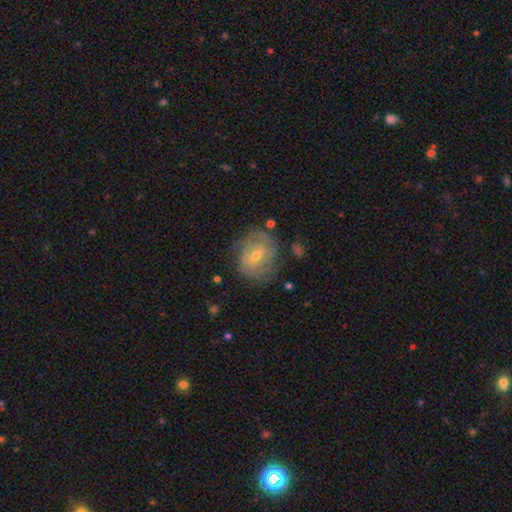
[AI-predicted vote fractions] smooth_or_featured: featured or disk (p=0.64) [alt: smooth p=0.28]
disk_edge_on: no (p=0.96) [alt: yes p=0.04]
bar: weak (p=0.46) [alt: no p=0.42]
has_spiral_arms: yes (p=0.77) [alt: no p=0.23]
bulge_size: moderate (p=0.50) [alt: small p=0.47]
merging: none (p=0.69) [alt: minor disturbance p=0.21]